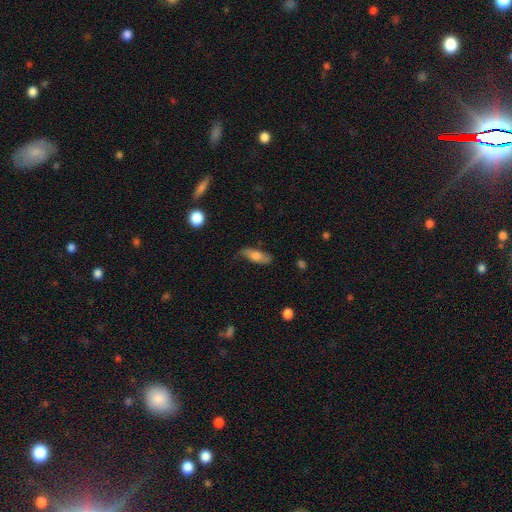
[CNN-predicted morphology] A smooth galaxy with no disk features (67%) that is in between round and cigar-shaped (65%).

Vote fractions:
- Smooth or featured? smooth: 67% / featured or disk: 26% / star or artifact: 7%
- How rounded? in between: 65% / cigar-shaped: 32% / round: 3%
- Merging? none: 68% / minor disturbance: 24% / major disturbance: 7% / merger: 2%